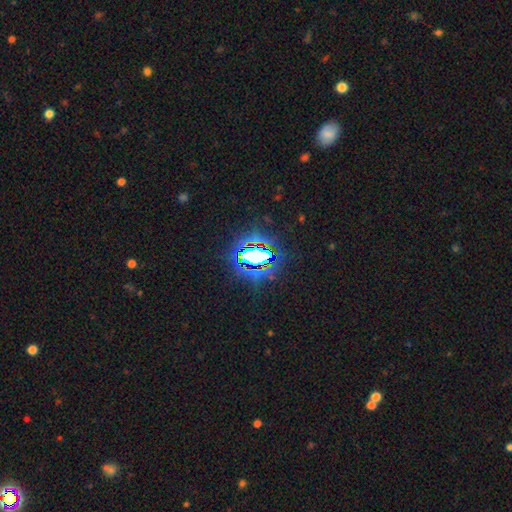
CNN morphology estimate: A star or artifact, not a galaxy (69%).

Vote fractions:
- Smooth or featured? star or artifact: 69% / smooth: 19% / featured or disk: 12%